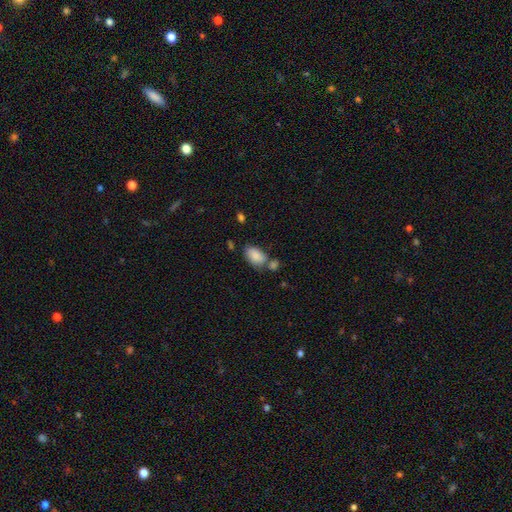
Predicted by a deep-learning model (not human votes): Q: Smooth or featured?
A: smooth (86%); runner-up: star or artifact (7%)
Q: How rounded?
A: in between (92%); runner-up: round (7%)
Q: Merging?
A: none (54%); runner-up: merger (23%)